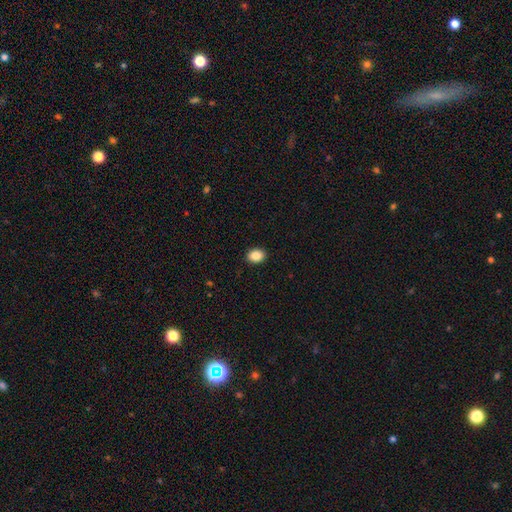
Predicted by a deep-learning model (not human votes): Smooth or featured? Predicted: smooth (p=0.86). How rounded? Predicted: in between (p=0.64). Merging? Predicted: none (p=0.91).